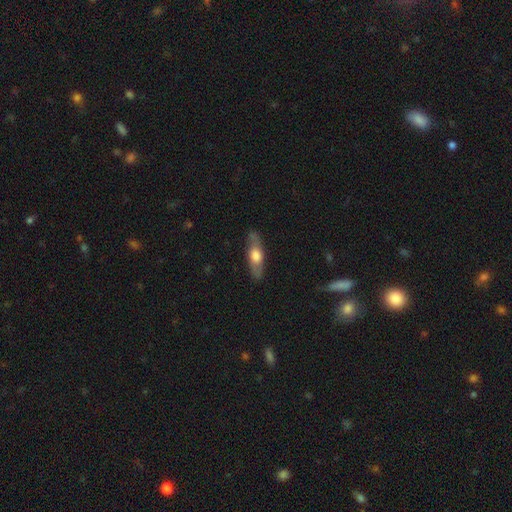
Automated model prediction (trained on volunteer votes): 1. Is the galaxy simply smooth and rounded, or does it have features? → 50% featured or disk, 45% smooth, 5% star or artifact.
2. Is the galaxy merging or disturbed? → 84% none, 12% minor disturbance, 3% major disturbance, 1% merger.